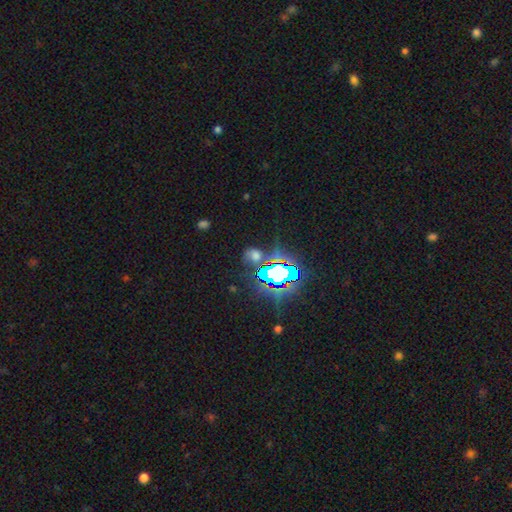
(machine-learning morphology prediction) Smooth or featured? star or artifact (54%)